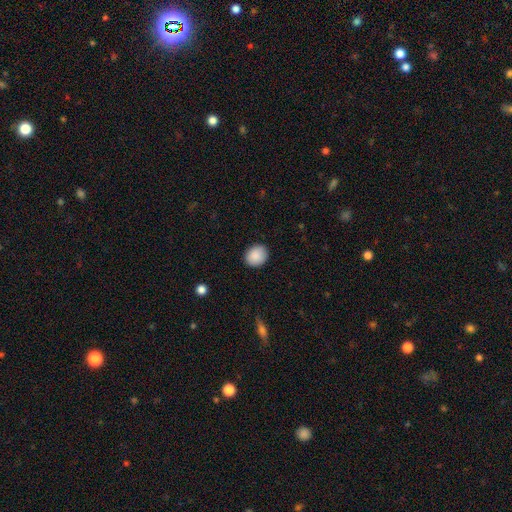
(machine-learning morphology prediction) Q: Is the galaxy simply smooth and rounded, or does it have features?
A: smooth — 89%.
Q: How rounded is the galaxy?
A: round — 60%.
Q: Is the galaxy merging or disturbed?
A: none — 88%.